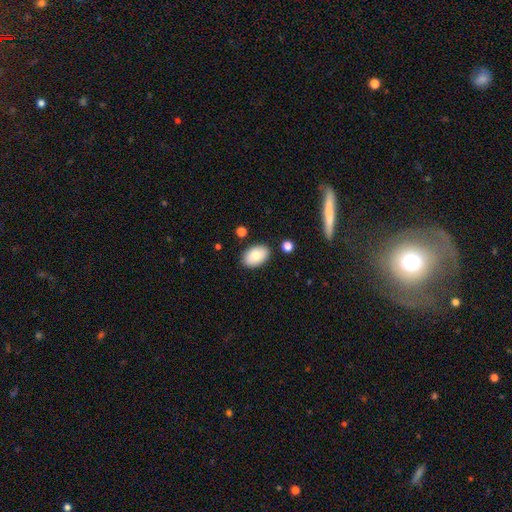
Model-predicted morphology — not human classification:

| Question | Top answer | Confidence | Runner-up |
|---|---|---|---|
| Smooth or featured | smooth | 82% | featured or disk (11%) |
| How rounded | in between | 91% | round (8%) |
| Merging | none | 84% | minor disturbance (11%) |